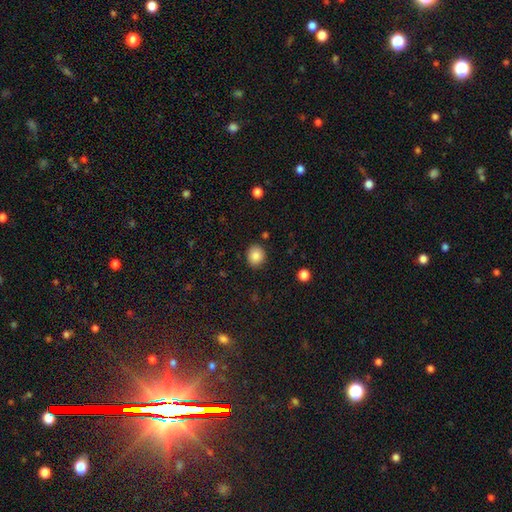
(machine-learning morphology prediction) A smooth galaxy with no disk features (86%) that is round (71%). Merging: none (88%).